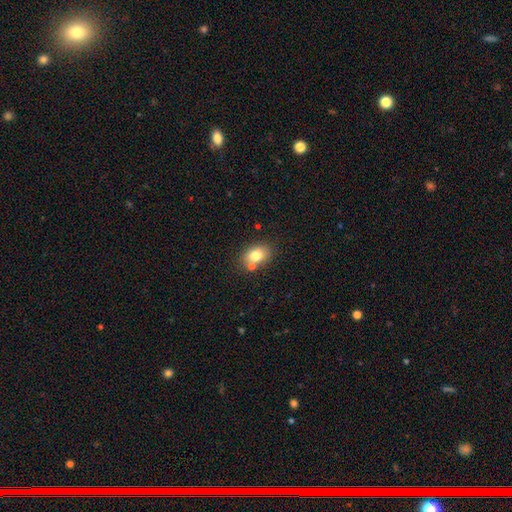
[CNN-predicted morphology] smooth_or_featured: smooth (p=0.78) [alt: featured or disk p=0.12]
how_rounded: in between (p=0.72) [alt: round p=0.27]
merging: none (p=0.68) [alt: merger p=0.16]